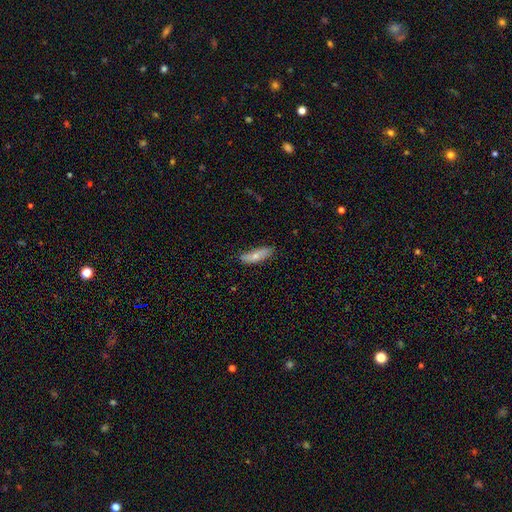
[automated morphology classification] Smooth or featured? smooth (72%)
How rounded? in between (51%)
Merging? none (73%)